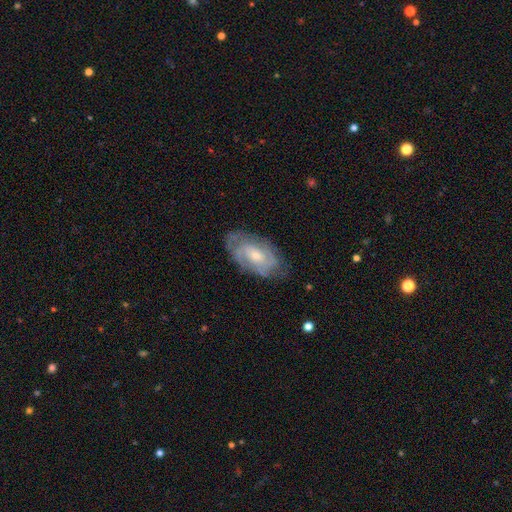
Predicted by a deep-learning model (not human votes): featured or disk 71%, smooth 23%, star or artifact 6%. Down the decision tree: edge-on disk — no (94%); bar — no (69%); spiral arms — yes (83%); spiral arm count — can't tell (47%); spiral winding — tight (58%); bulge size — small (48%); merging — none (68%).